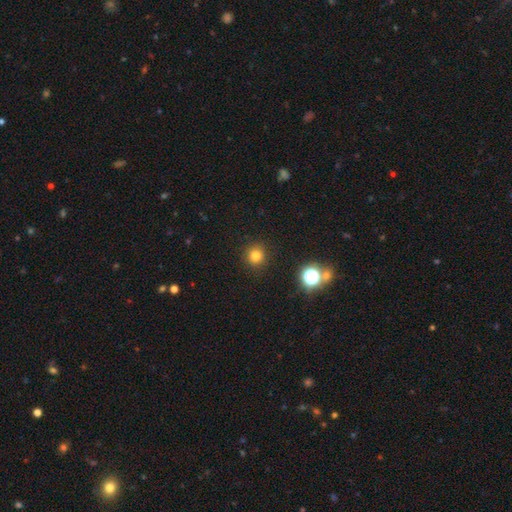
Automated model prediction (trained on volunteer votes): Q: Smooth or featured?
A: smooth (78%); runner-up: star or artifact (16%)
Q: How rounded?
A: round (94%); runner-up: in between (5%)
Q: Merging?
A: none (91%); runner-up: minor disturbance (6%)